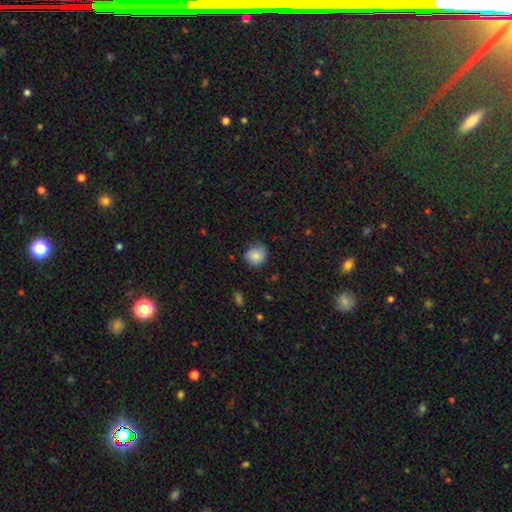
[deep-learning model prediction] A smooth galaxy with no disk features (81%) that is round (84%).

Vote fractions:
- Smooth or featured? smooth: 81% / featured or disk: 11% / star or artifact: 8%
- How rounded? round: 84% / in between: 15% / cigar-shaped: 1%
- Merging? none: 65% / minor disturbance: 27% / major disturbance: 7% / merger: 1%